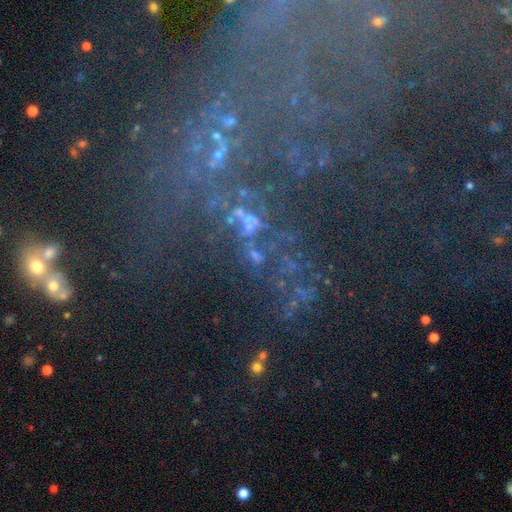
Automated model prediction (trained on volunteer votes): Smooth or featured? star or artifact (57%)